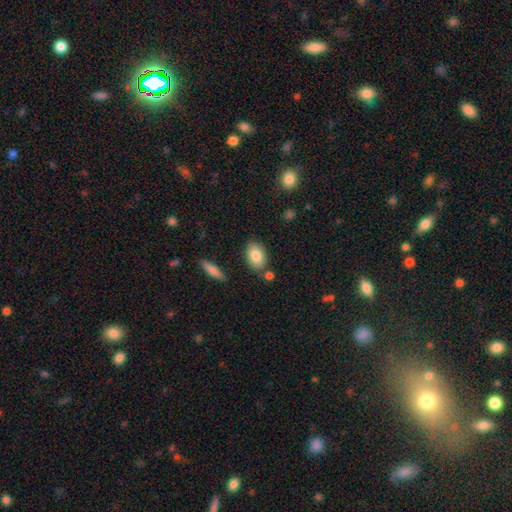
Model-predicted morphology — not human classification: The model was most divided on "merging": none: 77%, minor disturbance: 12%, merger: 7%, major disturbance: 3%. More confident: how rounded — in between (89%); smooth or featured — smooth (83%).